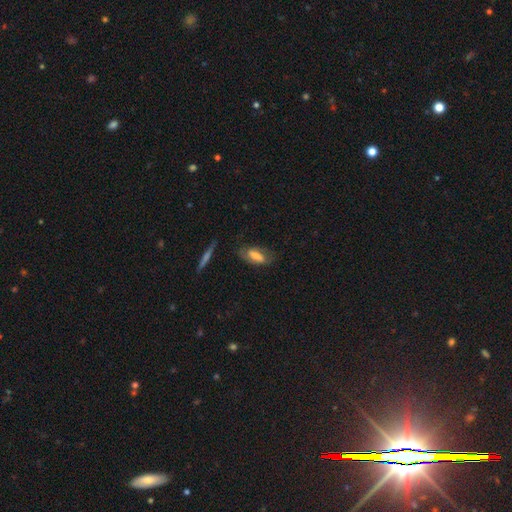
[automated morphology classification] type=smooth (57%); roundness=in between (76%); merging=none (60%).